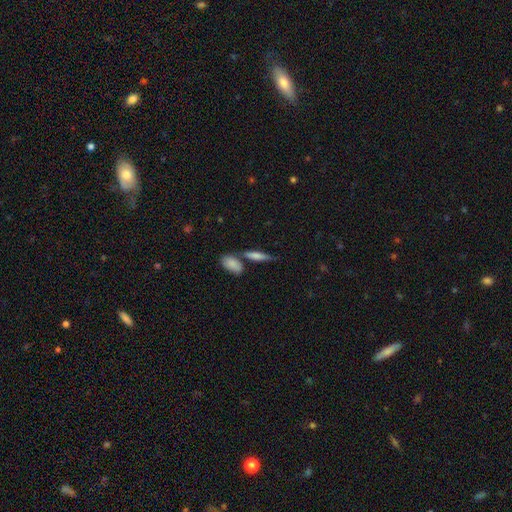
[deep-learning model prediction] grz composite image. It shows a smooth galaxy with no disk features (63%) that is cigar-shaped (57%). Merging: none (61%).